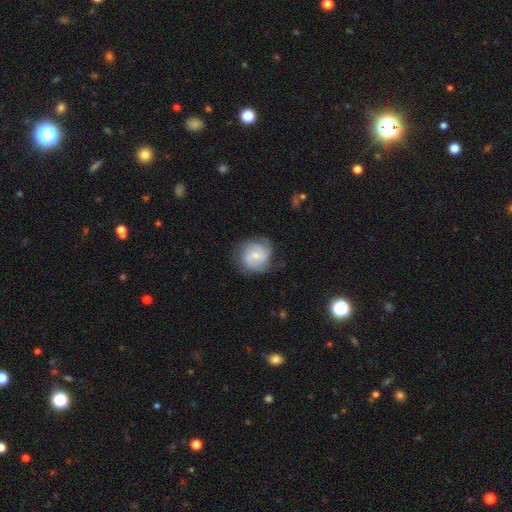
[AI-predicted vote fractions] This is possibly a featured or disk galaxy (60%). It is clearly not viewed edge-on (98%). Bar: possibly no (50%). Spiral arm pattern: clearly yes (91%). Spiral arm count: marginally 2 (42%). Spiral winding: marginally medium (44%). Central bulge: possibly small (60%). Merging: likely none (73%).